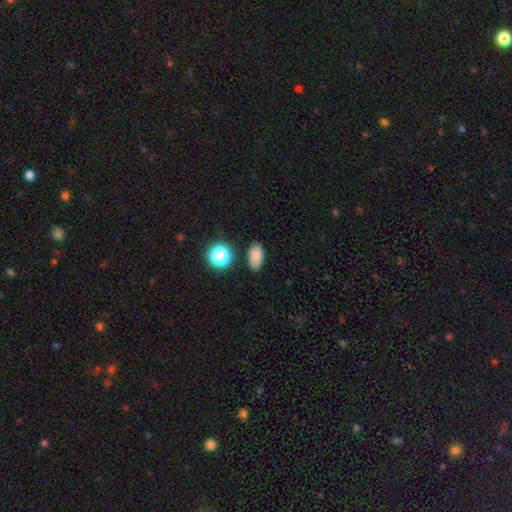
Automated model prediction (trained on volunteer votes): smooth-or-featured: smooth: 81% | star or artifact: 13% | featured or disk: 6%
  how-rounded: in between: 88% | round: 9% | cigar-shaped: 2%
  merging: none: 82% | minor disturbance: 12% | merger: 3% | major disturbance: 3%